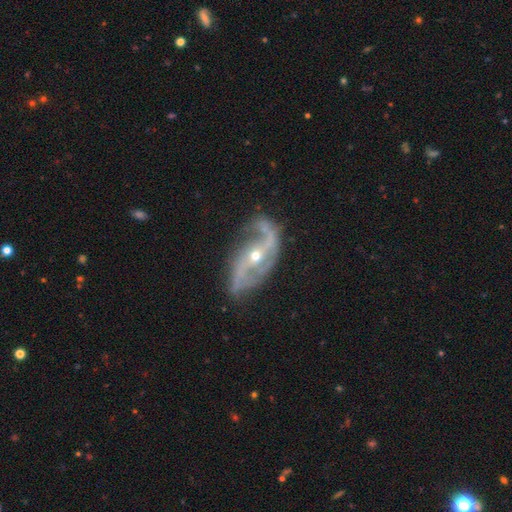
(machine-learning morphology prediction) type=featured or disk (90%); edge-on=no (95%); bar=no (38%); spiral arms=yes (96%); winding=loose (60%); arm count=2 (89%); bulge=small (49%); merging=none (67%).